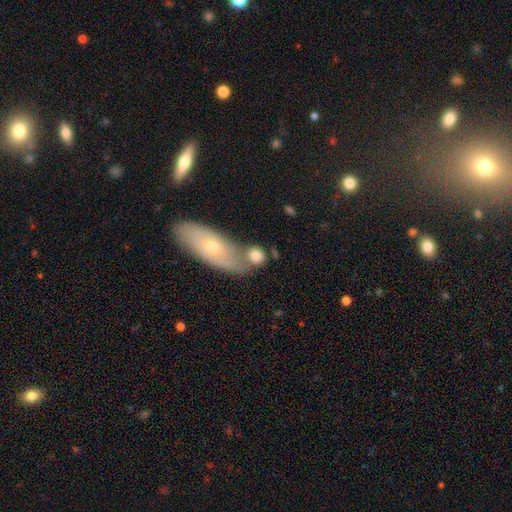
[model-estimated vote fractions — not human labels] smooth 78%, featured or disk 15%, star or artifact 7%. Down the decision tree: how rounded — round (65%); merging — none (48%).